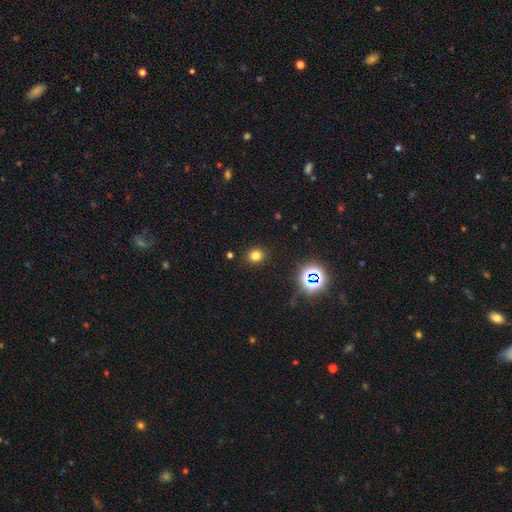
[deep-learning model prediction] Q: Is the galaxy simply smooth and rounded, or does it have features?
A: smooth — 75%.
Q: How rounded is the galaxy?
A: round — 81%.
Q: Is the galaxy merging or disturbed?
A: none — 89%.